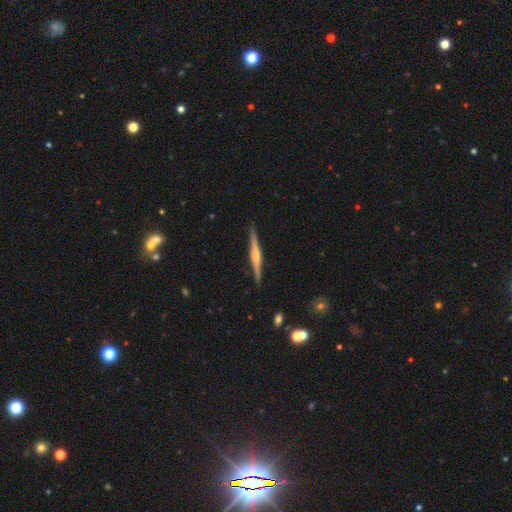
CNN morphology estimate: type=featured or disk (76%); edge-on=yes (98%); edge-on bulge=rounded (78%); merging=none (91%).